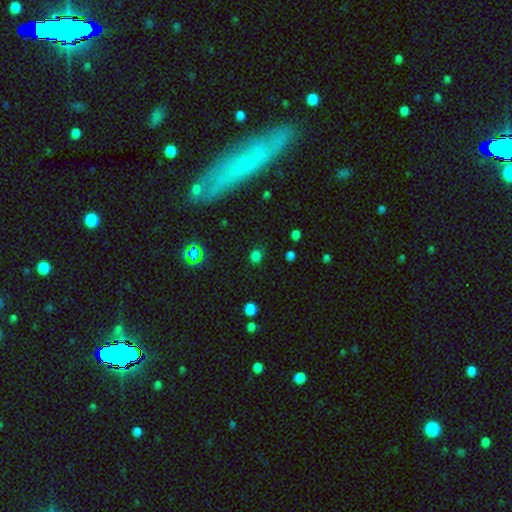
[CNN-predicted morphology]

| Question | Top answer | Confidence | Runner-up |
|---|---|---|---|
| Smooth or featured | smooth | 68% | star or artifact (26%) |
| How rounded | round | 66% | in between (33%) |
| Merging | none | 79% | minor disturbance (13%) |